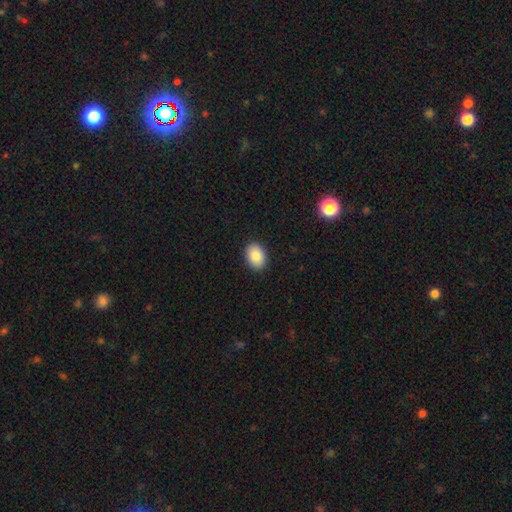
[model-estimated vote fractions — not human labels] Smooth or featured: smooth — 86% (star or artifact — 7%)
How rounded: in between — 78% (round — 21%)
Merging: none — 90% (minor disturbance — 7%)